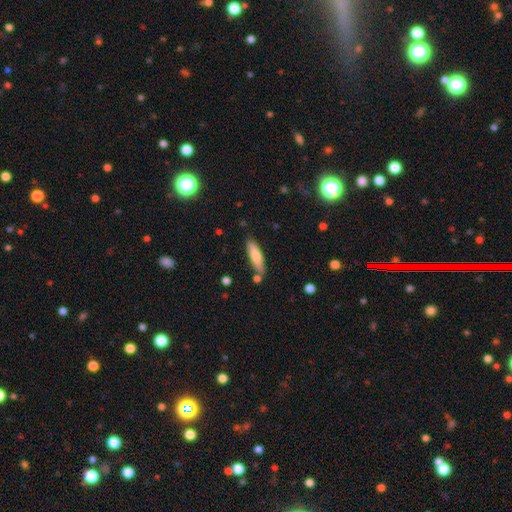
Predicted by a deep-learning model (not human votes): Morphology: type=smooth (74%); roundness=cigar-shaped (65%); merging=none (77%).